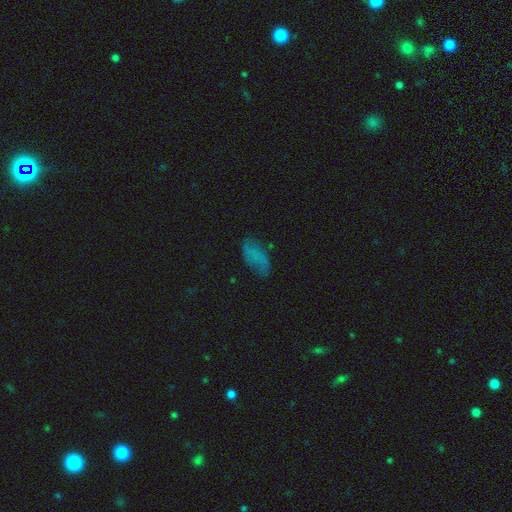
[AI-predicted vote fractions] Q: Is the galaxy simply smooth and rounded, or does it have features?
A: smooth — 55%.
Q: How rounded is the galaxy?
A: in between — 90%.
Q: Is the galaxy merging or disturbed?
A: none — 62%.